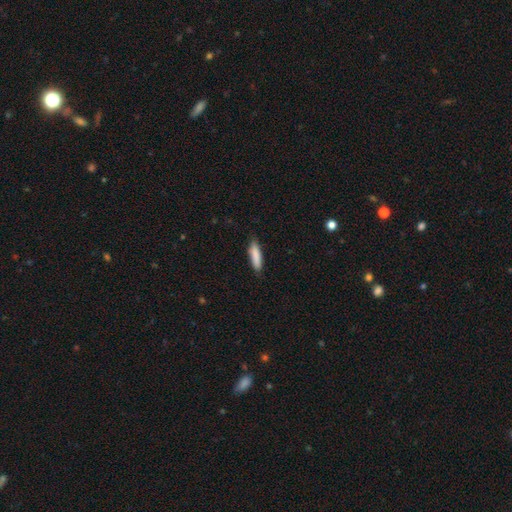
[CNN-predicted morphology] type=smooth (87%); roundness=cigar-shaped (73%); merging=none (84%).